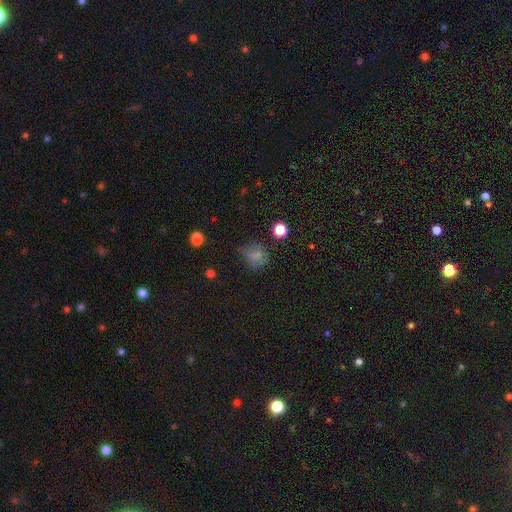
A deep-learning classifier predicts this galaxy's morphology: The model was most divided on "how rounded": round: 62%, in between: 36%, cigar-shaped: 2%. More confident: smooth or featured — smooth (67%); merging — none (54%).